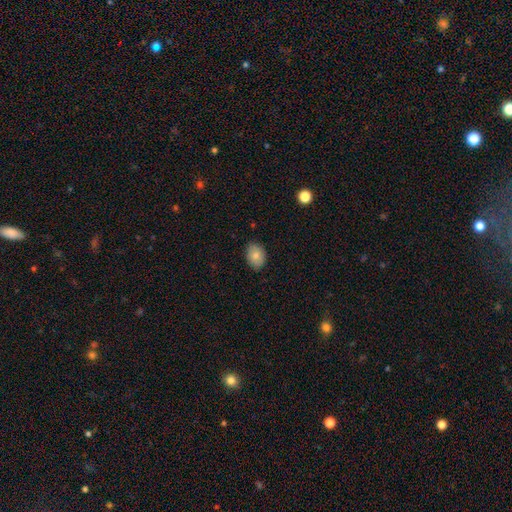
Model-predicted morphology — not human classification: smooth-or-featured: smooth: 82% | featured or disk: 10% | star or artifact: 8%
  how-rounded: in between: 73% | round: 26% | cigar-shaped: 1%
  merging: none: 86% | minor disturbance: 11% | major disturbance: 2% | merger: 1%